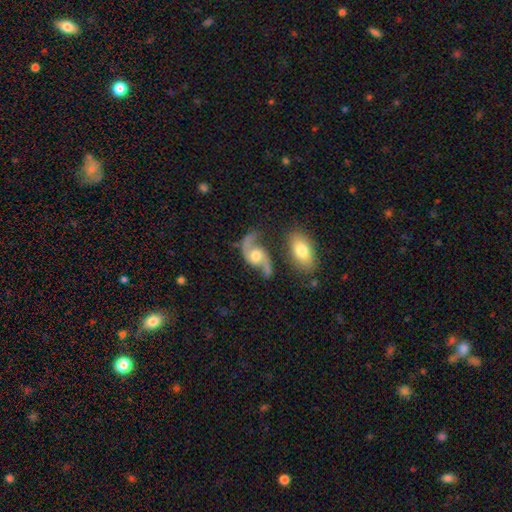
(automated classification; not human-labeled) This appears to be a featured or disk galaxy (87%) with no bar (61%), 2 (93%) loose (70%) spiral arms (96%) and a moderate central bulge (62%). Merging: none (58%).